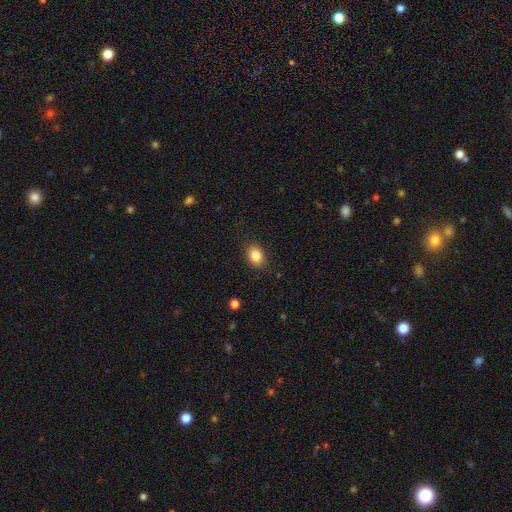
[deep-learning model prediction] Smooth or featured? smooth (86%)
How rounded? in between (64%)
Merging? none (88%)